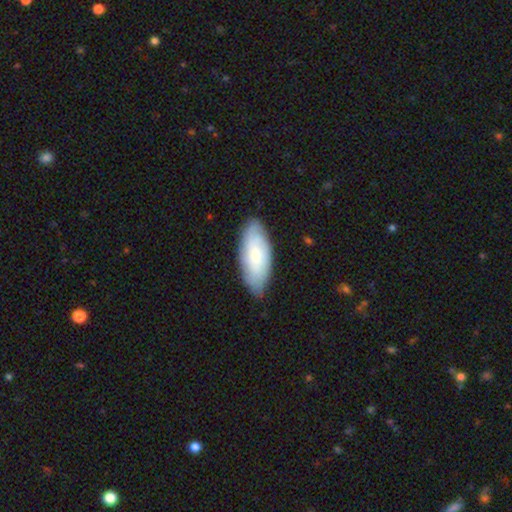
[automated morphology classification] The model was most divided on "smooth or featured": smooth: 57%, featured or disk: 37%, star or artifact: 6%. More confident: how rounded — in between (84%); merging — none (79%).